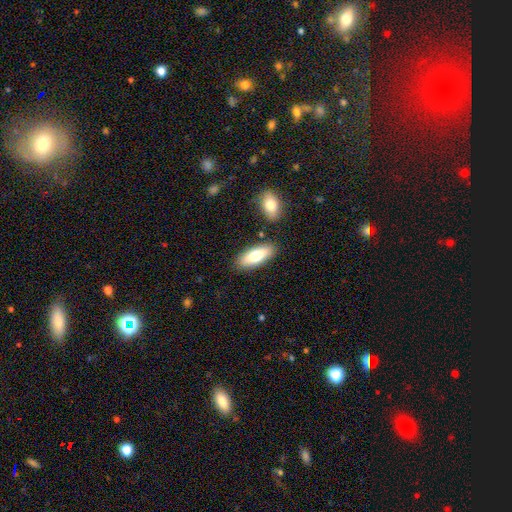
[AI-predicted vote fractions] Smooth or featured? smooth (75%)
How rounded? in between (73%)
Merging? none (82%)